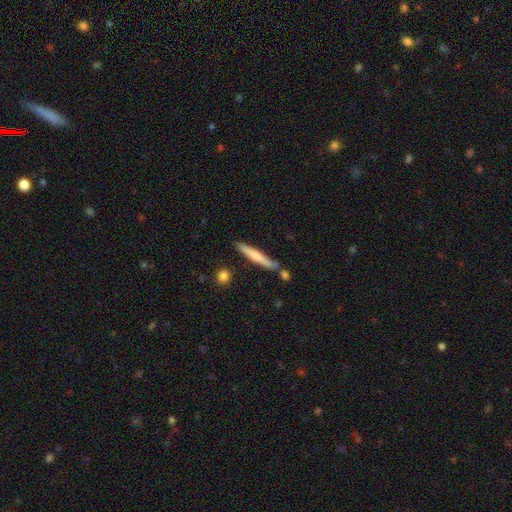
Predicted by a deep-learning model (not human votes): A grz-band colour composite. It shows a smooth galaxy with no disk features (58%) that is cigar-shaped (94%). Merging: none (78%).